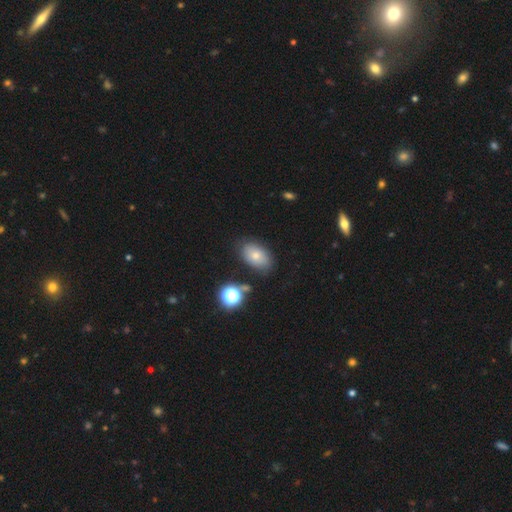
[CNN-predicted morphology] A smooth galaxy with no disk features (72%) that is in between round and cigar-shaped (88%).

Vote fractions:
- Smooth or featured? smooth: 72% / featured or disk: 17% / star or artifact: 11%
- How rounded? in between: 88% / round: 11% / cigar-shaped: 1%
- Merging? none: 76% / minor disturbance: 16% / major disturbance: 4% / merger: 3%